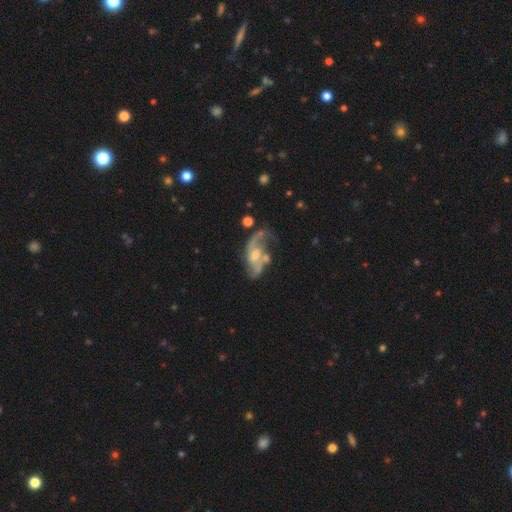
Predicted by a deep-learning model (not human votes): Q: Smooth or featured?
A: featured or disk (84%); runner-up: smooth (10%)
Q: Edge-on disk?
A: no (96%); runner-up: yes (4%)
Q: Bar?
A: weak (48%); runner-up: no (38%)
Q: Spiral arms?
A: yes (93%); runner-up: no (7%)
Q: Spiral winding?
A: loose (56%); runner-up: medium (36%)
Q: Spiral arm count?
A: 2 (80%); runner-up: 1 (10%)
Q: Bulge size?
A: moderate (44%); runner-up: small (42%)
Q: Merging?
A: none (46%); runner-up: major disturbance (22%)